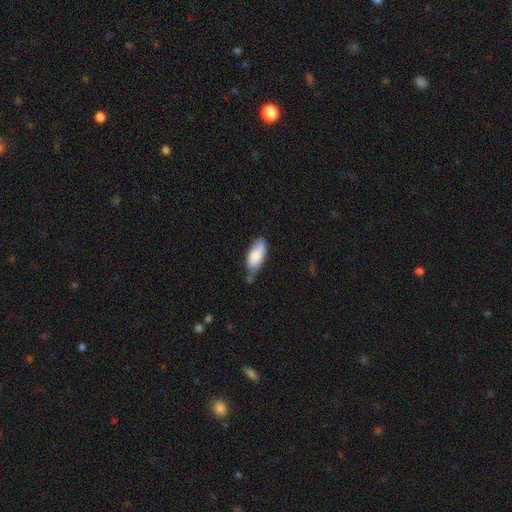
Overall: smooth (84%). How rounded: in between (69%; cigar-shaped 31%). Merging: minor disturbance (47%; none 44%).